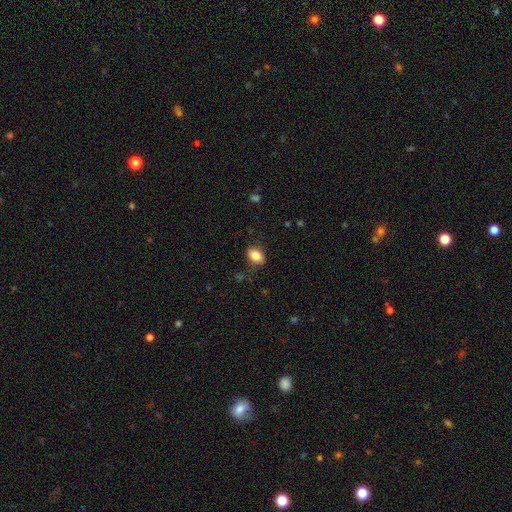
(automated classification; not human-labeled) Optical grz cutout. It shows a smooth galaxy with no disk features (82%) that is in between round and cigar-shaped (84%). Merging: none (79%).